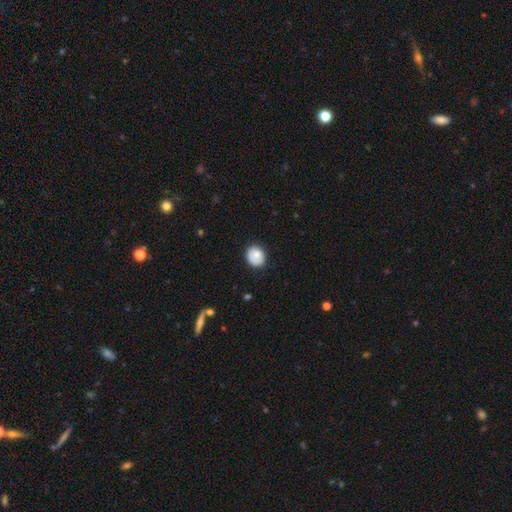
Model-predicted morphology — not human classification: The model was most divided on "how rounded": round: 66%, in between: 33%, cigar-shaped: 1%. More confident: smooth or featured — smooth (79%); merging — none (78%).